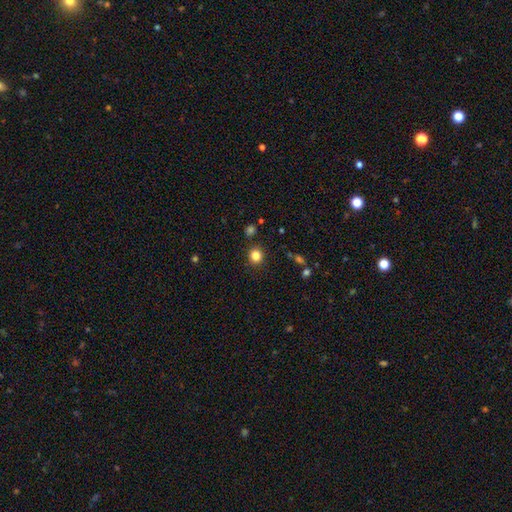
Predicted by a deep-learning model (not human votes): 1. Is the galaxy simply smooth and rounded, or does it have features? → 83% smooth, 13% star or artifact, 5% featured or disk.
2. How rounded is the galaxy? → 87% round, 12% in between, 1% cigar-shaped.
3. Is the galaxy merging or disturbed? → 89% none, 7% minor disturbance, 2% merger, 2% major disturbance.